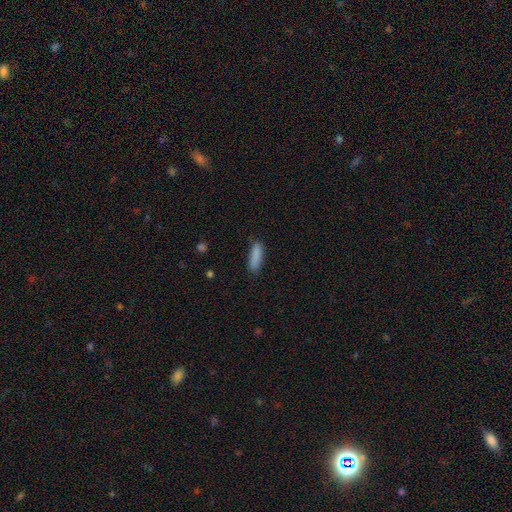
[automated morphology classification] Q: Smooth or featured?
A: smooth (87%); runner-up: star or artifact (7%)
Q: How rounded?
A: cigar-shaped (58%); runner-up: in between (41%)
Q: Merging?
A: none (81%); runner-up: minor disturbance (15%)